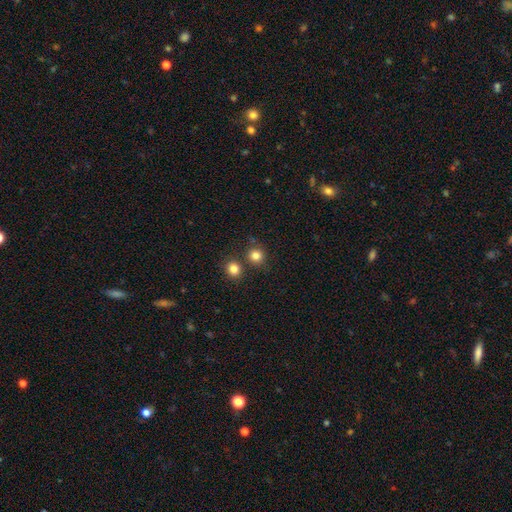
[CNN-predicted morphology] Smooth or featured?
  - smooth: 82% *
  - star or artifact: 13%
  - featured or disk: 5%
How rounded?
  - round: 89% *
  - in between: 10%
  - cigar-shaped: 1%
Merging?
  - none: 75% *
  - merger: 15%
  - minor disturbance: 8%
  - major disturbance: 3%